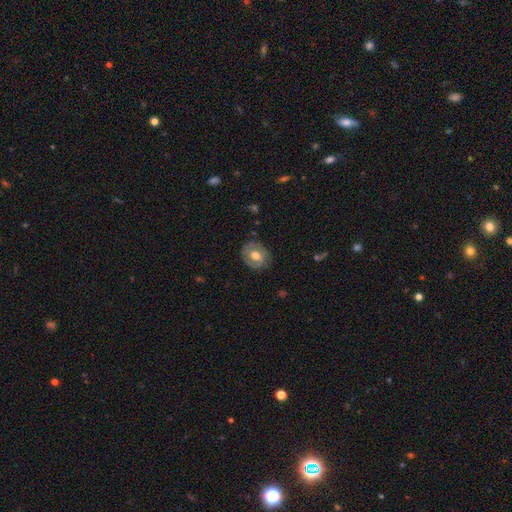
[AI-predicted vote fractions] Morphology: type=featured or disk (47%); merging=none (77%).